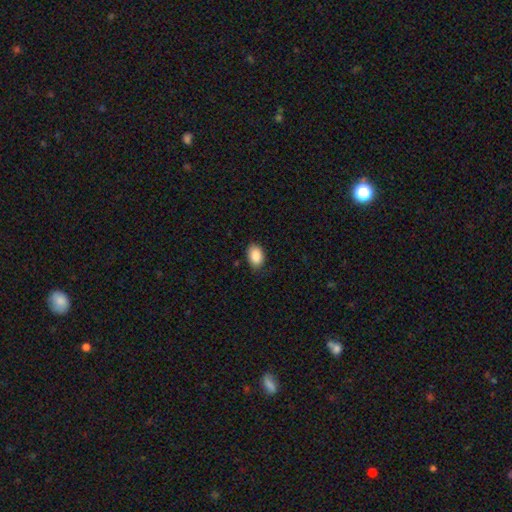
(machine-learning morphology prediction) This is clearly a smooth galaxy (88%). How rounded: clearly in between (87%). Merging: clearly none (83%).